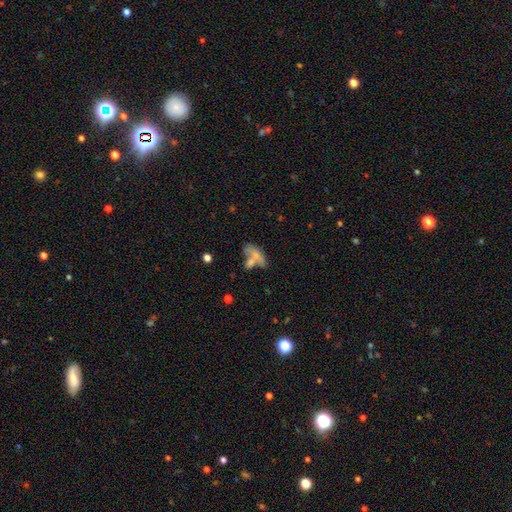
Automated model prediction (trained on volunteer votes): Q: Smooth or featured?
A: smooth (63%); runner-up: featured or disk (27%)
Q: How rounded?
A: in between (70%); runner-up: cigar-shaped (24%)
Q: Merging?
A: merger (46%); runner-up: none (30%)